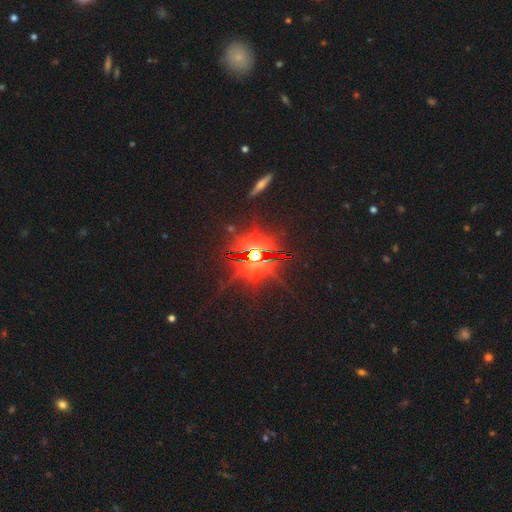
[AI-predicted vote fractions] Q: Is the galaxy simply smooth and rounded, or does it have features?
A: star or artifact — 81%.